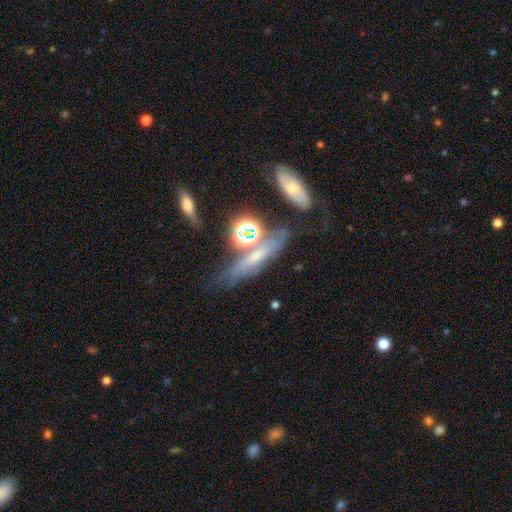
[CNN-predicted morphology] Overall: featured or disk (44%; smooth 31%). Merging: none (52%; minor disturbance 20%).